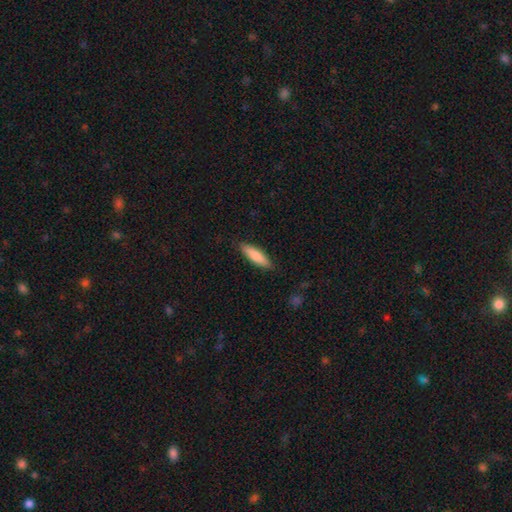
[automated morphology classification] This appears to be a smooth galaxy with no disk features (84%) that is cigar-shaped (63%). Merging: none (88%).